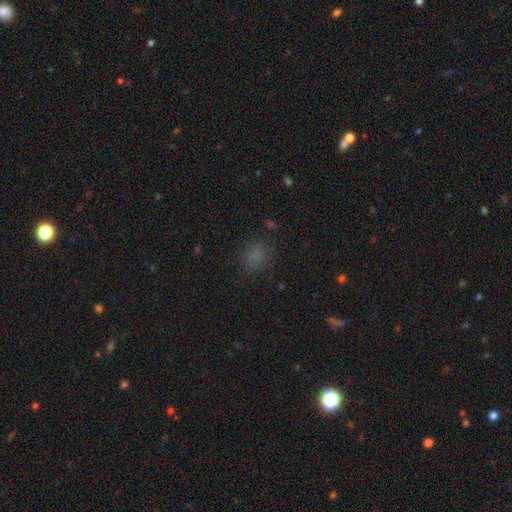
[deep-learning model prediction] Smooth or featured? Predicted: smooth (p=0.76). How rounded? Predicted: round (p=0.58). Merging? Predicted: none (p=0.82).